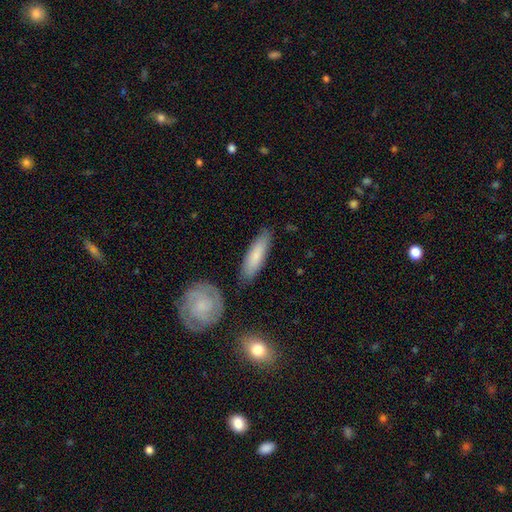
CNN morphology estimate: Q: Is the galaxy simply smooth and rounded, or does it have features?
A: smooth — 76%.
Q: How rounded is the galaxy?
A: cigar-shaped — 65%.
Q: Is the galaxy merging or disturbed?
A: none — 82%.